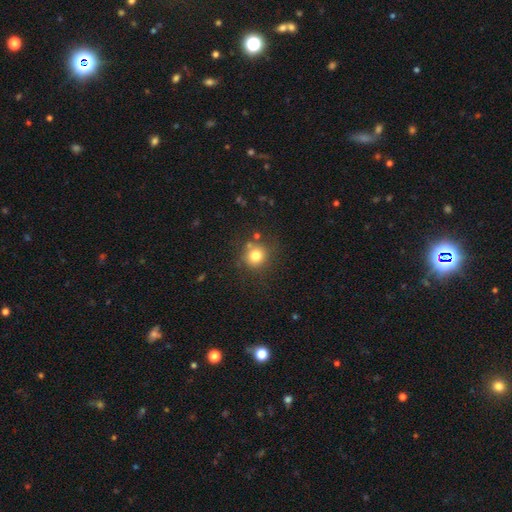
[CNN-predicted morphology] Smooth or featured?
  - smooth: 78% *
  - star or artifact: 13%
  - featured or disk: 9%
How rounded?
  - round: 89% *
  - in between: 10%
  - cigar-shaped: 1%
Merging?
  - none: 76% *
  - minor disturbance: 12%
  - merger: 8%
  - major disturbance: 4%